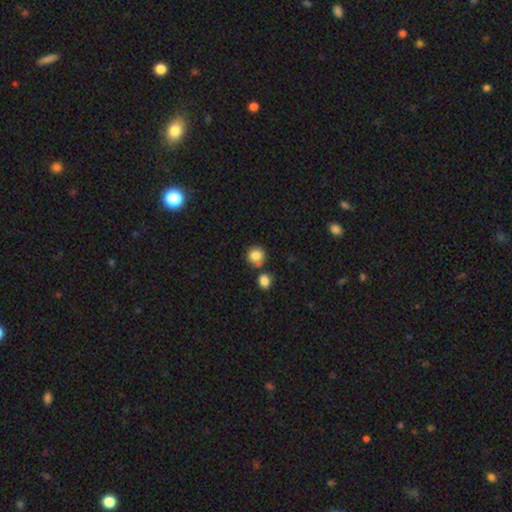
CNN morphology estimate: smooth-or-featured: smooth: 84% | star or artifact: 9% | featured or disk: 7%
  how-rounded: round: 90% | in between: 9% | cigar-shaped: 1%
  merging: none: 68% | merger: 17% | minor disturbance: 11% | major disturbance: 3%